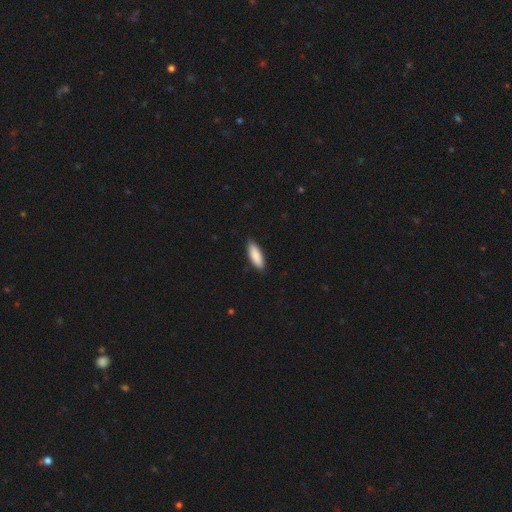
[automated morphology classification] smooth_or_featured: smooth (p=0.89) [alt: featured or disk p=0.05]
how_rounded: in between (p=0.60) [alt: cigar-shaped p=0.38]
merging: none (p=0.89) [alt: minor disturbance p=0.09]